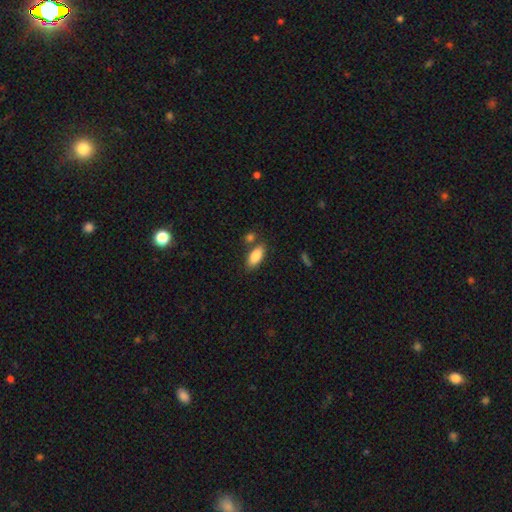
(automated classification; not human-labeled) A smooth galaxy with no disk features (85%) that is in between round and cigar-shaped (86%). Merging: none (74%).